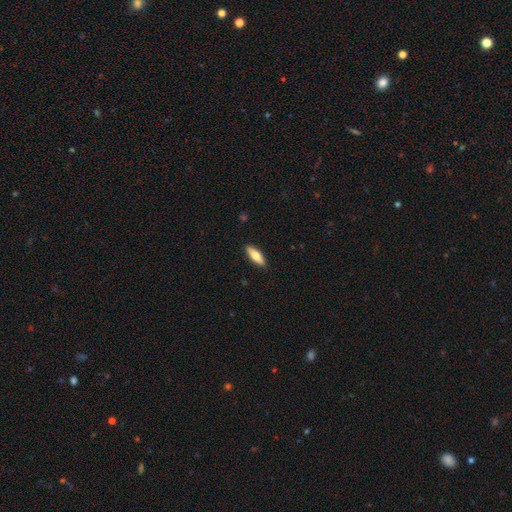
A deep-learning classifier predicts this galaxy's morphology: This is likely a smooth galaxy (63%). How rounded: possibly in between (50%). Merging: clearly none (89%).